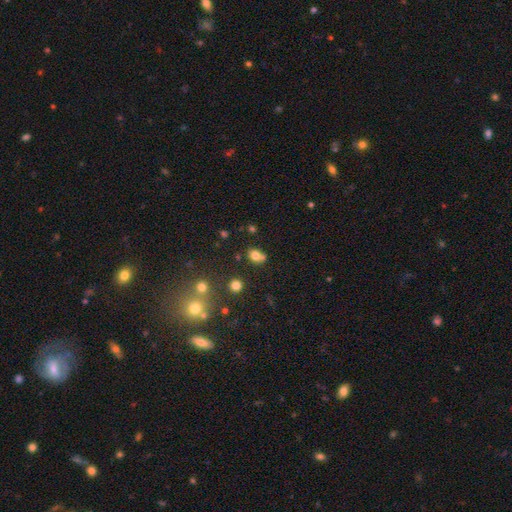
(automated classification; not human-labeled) Smooth or featured: smooth — 76% (star or artifact — 15%)
How rounded: round — 53% (in between — 46%)
Merging: none — 57% (merger — 26%)